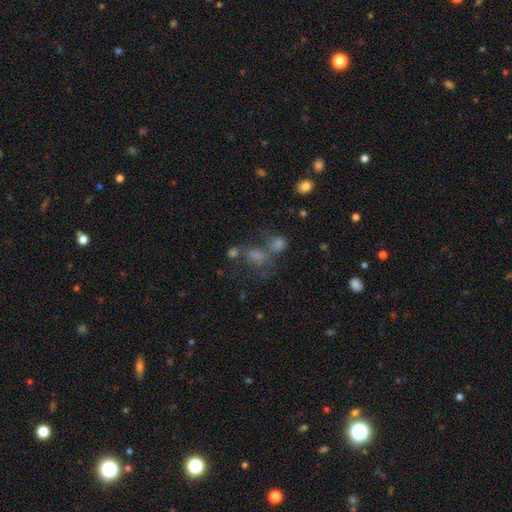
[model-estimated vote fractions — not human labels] This appears to be a smooth galaxy with no disk features (44%). Merging: none (38%).